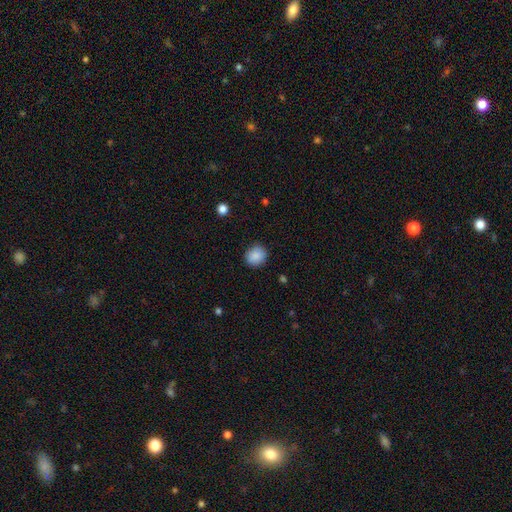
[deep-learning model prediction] Smooth or featured? Predicted: smooth (p=0.88). How rounded? Predicted: round (p=0.83). Merging? Predicted: none (p=0.88).